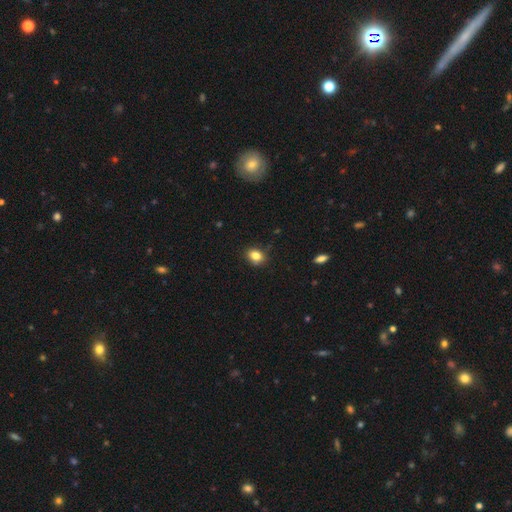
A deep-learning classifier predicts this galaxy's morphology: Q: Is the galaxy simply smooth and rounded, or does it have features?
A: smooth — 82%.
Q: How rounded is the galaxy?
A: in between — 59%.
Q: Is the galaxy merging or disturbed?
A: none — 82%.